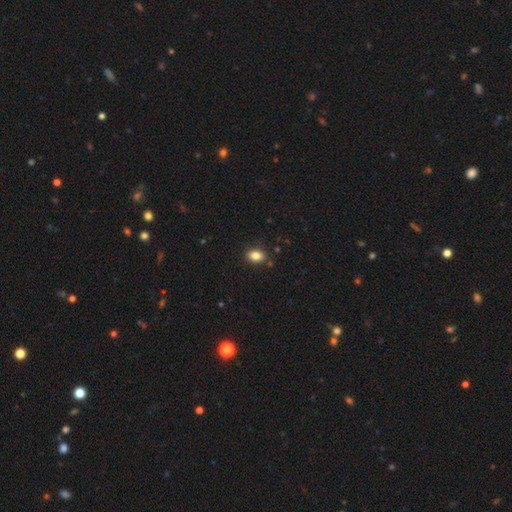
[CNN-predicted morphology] Q: Smooth or featured?
A: smooth (84%); runner-up: star or artifact (10%)
Q: How rounded?
A: in between (80%); runner-up: round (19%)
Q: Merging?
A: none (85%); runner-up: minor disturbance (10%)